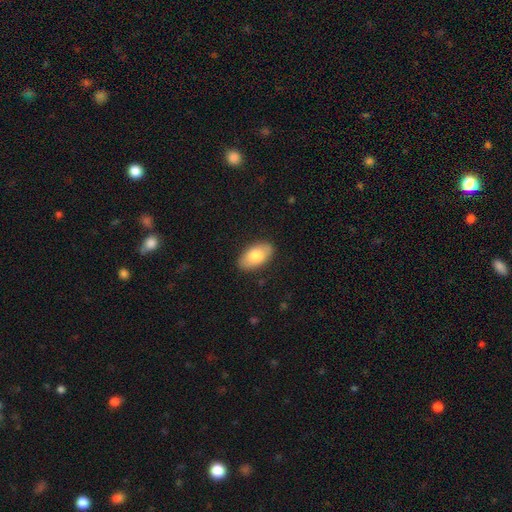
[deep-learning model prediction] Smooth or featured? smooth (77%)
How rounded? in between (94%)
Merging? none (87%)